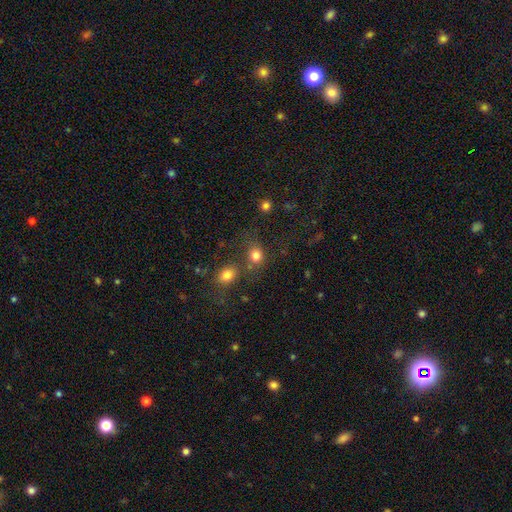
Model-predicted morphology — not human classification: Q: Smooth or featured?
A: smooth (80%); runner-up: star or artifact (14%)
Q: How rounded?
A: round (69%); runner-up: in between (29%)
Q: Merging?
A: none (57%); runner-up: merger (25%)